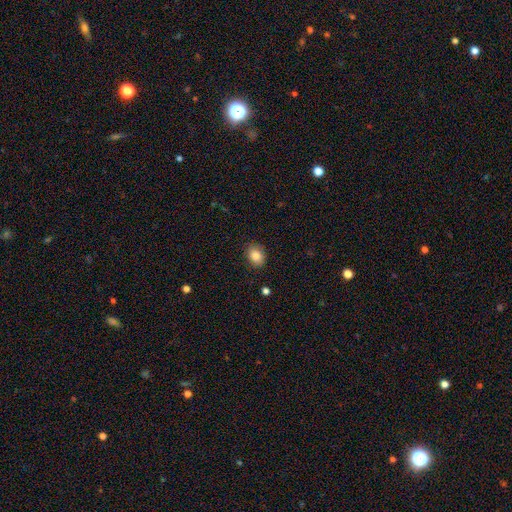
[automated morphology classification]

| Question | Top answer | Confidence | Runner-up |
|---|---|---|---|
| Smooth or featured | smooth | 85% | star or artifact (9%) |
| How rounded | in between | 54% | round (45%) |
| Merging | none | 87% | minor disturbance (9%) |